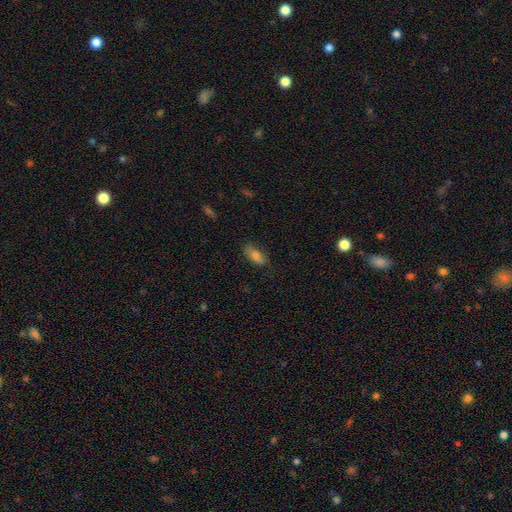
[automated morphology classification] The model was most divided on "smooth or featured": smooth: 70%, featured or disk: 21%, star or artifact: 9%. More confident: how rounded — in between (78%); merging — none (77%).